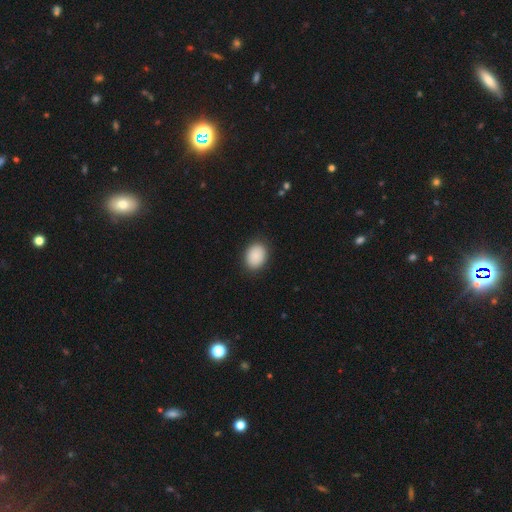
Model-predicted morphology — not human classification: A smooth galaxy with no disk features (90%) that is in between round and cigar-shaped (65%). Merging: none (89%).